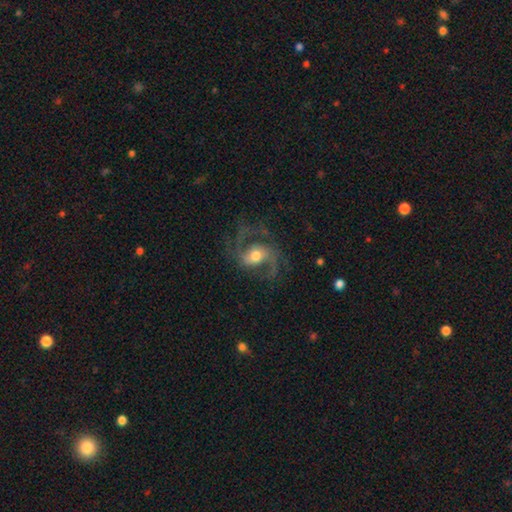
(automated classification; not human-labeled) Q: Smooth or featured?
A: featured or disk (86%); runner-up: smooth (8%)
Q: Edge-on disk?
A: no (98%); runner-up: yes (2%)
Q: Bar?
A: weak (41%); tied with: no (41%)
Q: Spiral arms?
A: yes (96%); runner-up: no (4%)
Q: Spiral winding?
A: medium (49%); runner-up: loose (41%)
Q: Spiral arm count?
A: 2 (84%); runner-up: 3 (6%)
Q: Bulge size?
A: moderate (68%); runner-up: small (16%)
Q: Merging?
A: none (67%); runner-up: minor disturbance (16%)